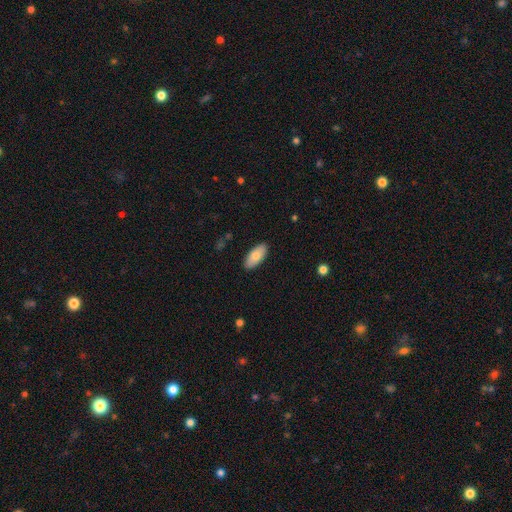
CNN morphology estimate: Smooth or featured? smooth (78%)
How rounded? in between (90%)
Merging? none (89%)